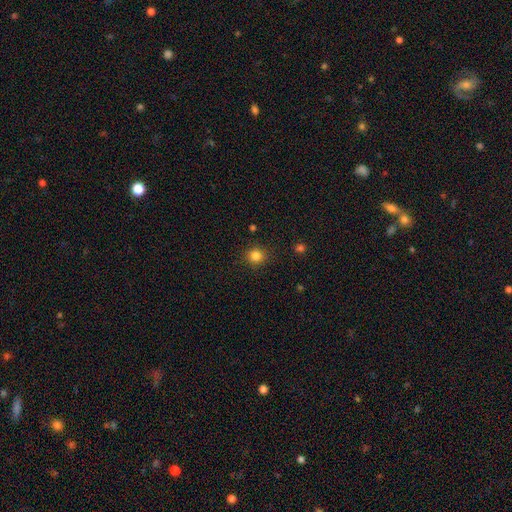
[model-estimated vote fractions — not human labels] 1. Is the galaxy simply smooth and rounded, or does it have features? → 83% smooth, 12% star or artifact, 5% featured or disk.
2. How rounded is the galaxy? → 90% round, 9% in between, 1% cigar-shaped.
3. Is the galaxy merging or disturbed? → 90% none, 7% minor disturbance, 2% major disturbance, 1% merger.